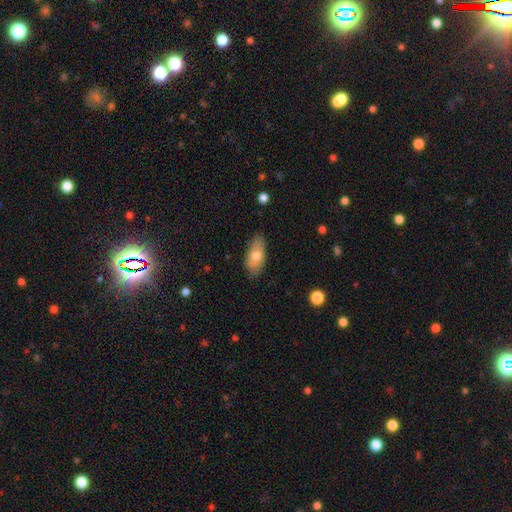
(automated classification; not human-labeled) Q: Smooth or featured?
A: smooth (72%); runner-up: featured or disk (22%)
Q: How rounded?
A: in between (88%); runner-up: cigar-shaped (8%)
Q: Merging?
A: none (80%); runner-up: minor disturbance (16%)